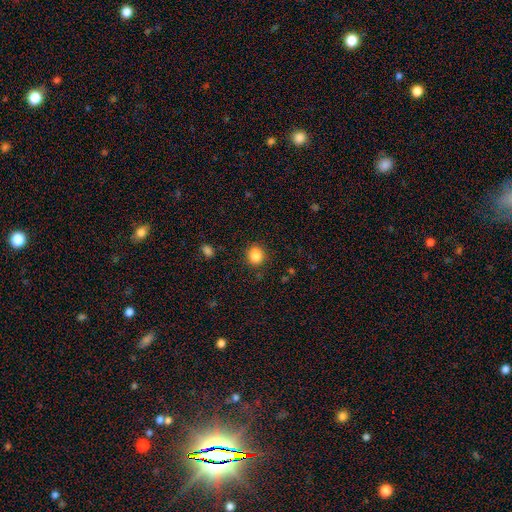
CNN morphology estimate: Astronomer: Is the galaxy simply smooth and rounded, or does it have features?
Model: smooth — 85%.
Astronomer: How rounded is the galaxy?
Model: round — 71%.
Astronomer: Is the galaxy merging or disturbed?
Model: none — 83%.